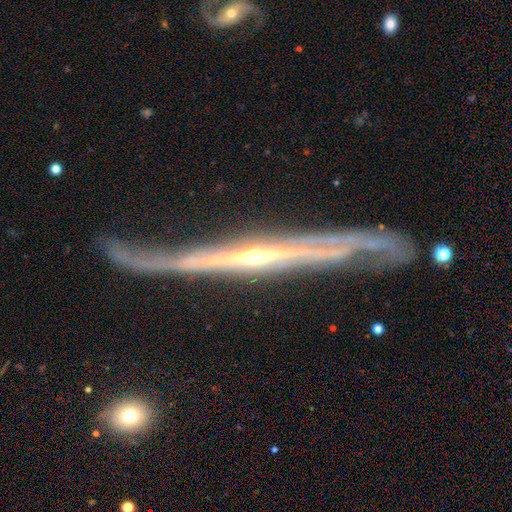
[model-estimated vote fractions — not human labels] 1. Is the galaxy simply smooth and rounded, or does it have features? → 89% featured or disk, 6% smooth, 5% star or artifact.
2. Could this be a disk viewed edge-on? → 83% yes, 17% no.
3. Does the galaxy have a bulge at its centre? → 64% rounded, 30% none, 6% boxy.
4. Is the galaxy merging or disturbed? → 50% none, 25% minor disturbance, 20% major disturbance, 6% merger.